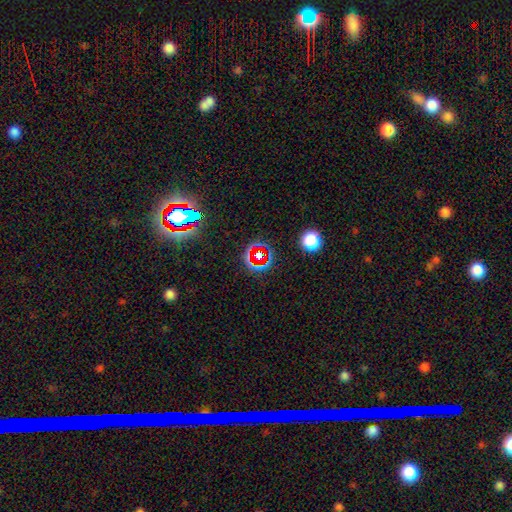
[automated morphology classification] Overall: star or artifact (70%).